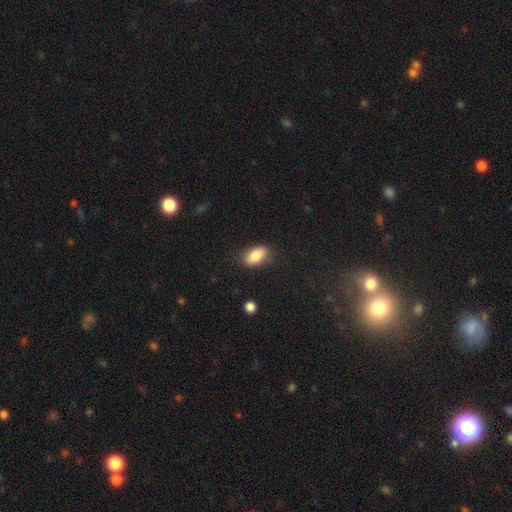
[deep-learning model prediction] smooth_or_featured: smooth (p=0.84) [alt: featured or disk p=0.08]
how_rounded: in between (p=0.90) [alt: round p=0.06]
merging: none (p=0.81) [alt: minor disturbance p=0.14]